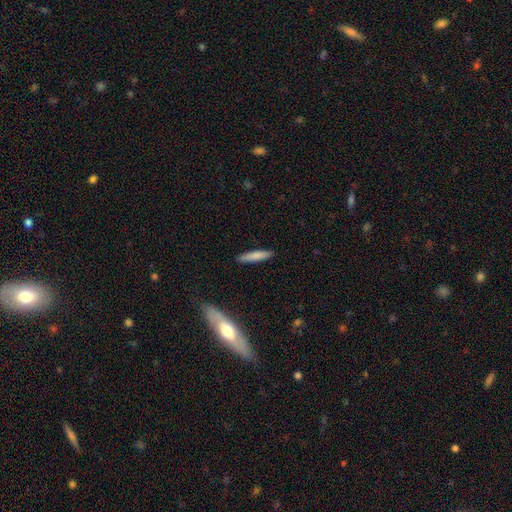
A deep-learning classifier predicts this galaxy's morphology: type=smooth (78%); roundness=cigar-shaped (88%); merging=none (89%).